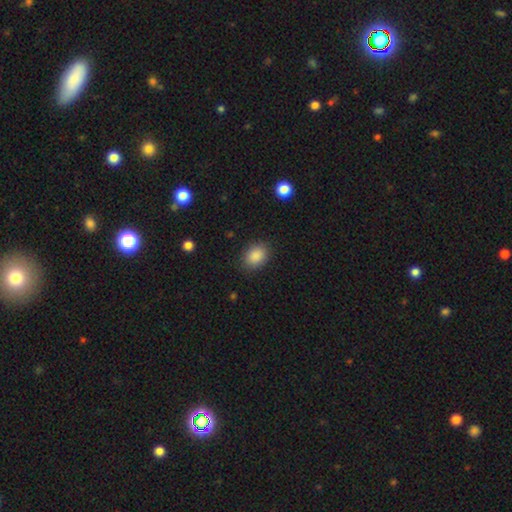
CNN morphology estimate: A smooth galaxy with no disk features (88%) that is in between round and cigar-shaped (68%). Merging: none (86%).